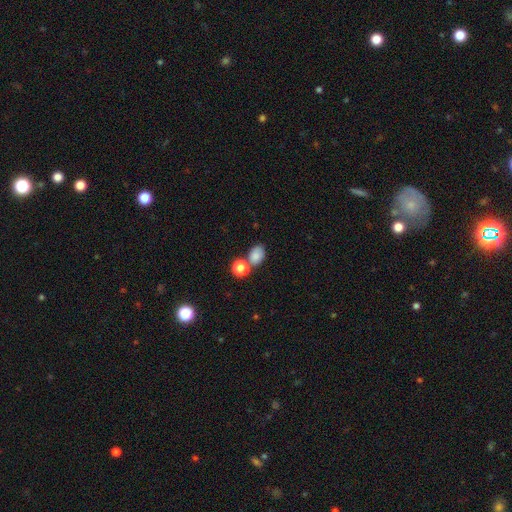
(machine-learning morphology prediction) Overall: smooth (82%). How rounded: in between (72%). Merging: none (57%; merger 25%).